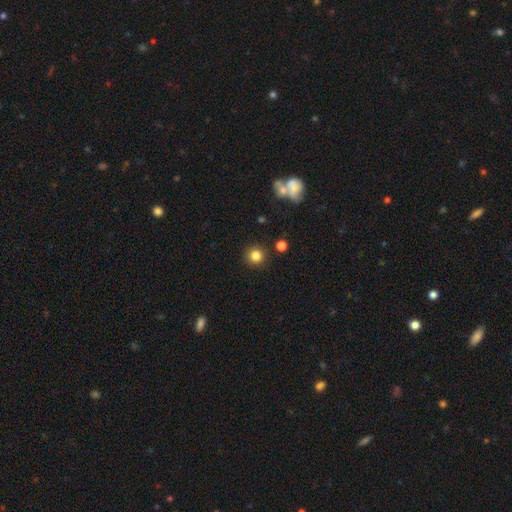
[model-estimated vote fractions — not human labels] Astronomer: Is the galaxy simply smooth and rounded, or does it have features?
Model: smooth — 82%.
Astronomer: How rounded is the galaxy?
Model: round — 94%.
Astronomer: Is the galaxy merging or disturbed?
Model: none — 89%.